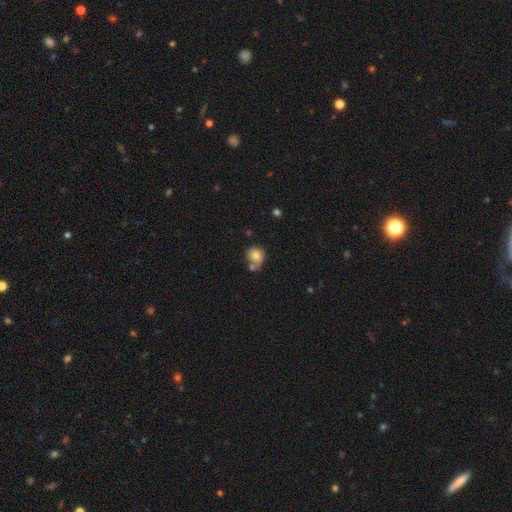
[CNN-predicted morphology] Q: Smooth or featured?
A: smooth (80%); runner-up: featured or disk (10%)
Q: How rounded?
A: round (78%); runner-up: in between (21%)
Q: Merging?
A: none (49%); runner-up: merger (28%)